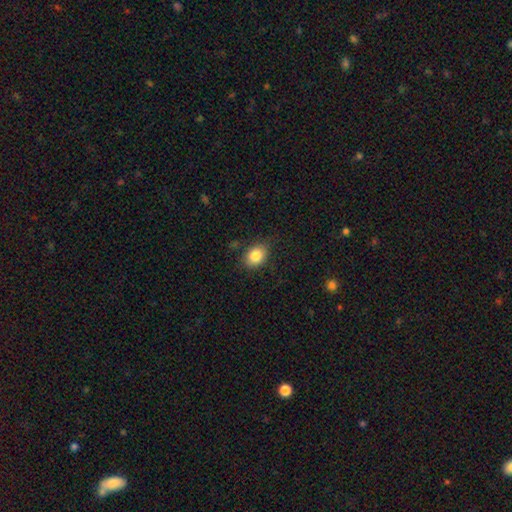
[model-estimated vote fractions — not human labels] smooth 83%, star or artifact 9%, featured or disk 8%. Down the decision tree: how rounded — in between (67%); merging — none (79%).